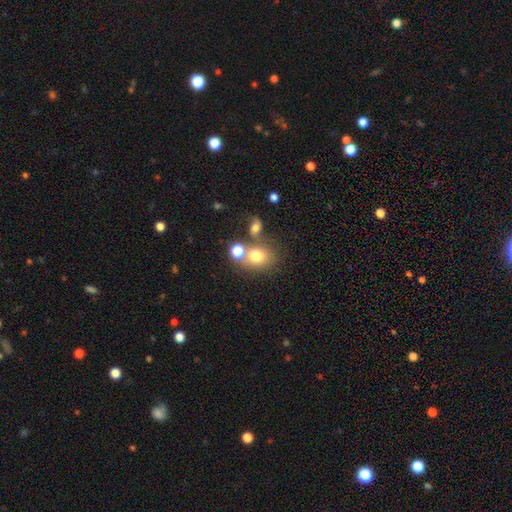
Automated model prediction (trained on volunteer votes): A smooth galaxy with no disk features (74%) that is round (61%).

Vote fractions:
- Smooth or featured? smooth: 74% / star or artifact: 13% / featured or disk: 13%
- How rounded? round: 61% / in between: 38% / cigar-shaped: 1%
- Merging? none: 50% / merger: 31% / minor disturbance: 12% / major disturbance: 7%